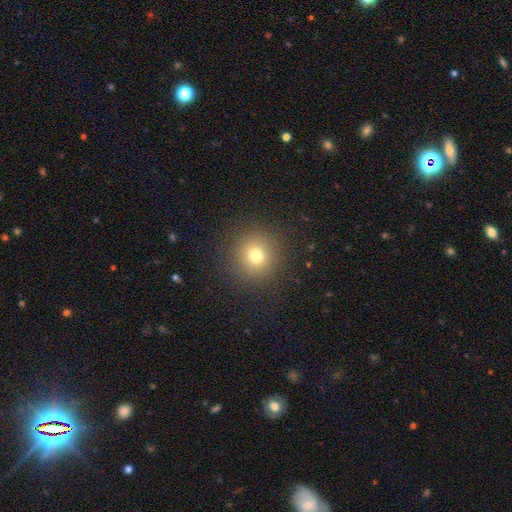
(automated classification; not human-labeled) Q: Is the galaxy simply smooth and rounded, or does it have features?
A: smooth — 73%.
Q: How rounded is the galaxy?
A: round — 94%.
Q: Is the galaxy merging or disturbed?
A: none — 89%.